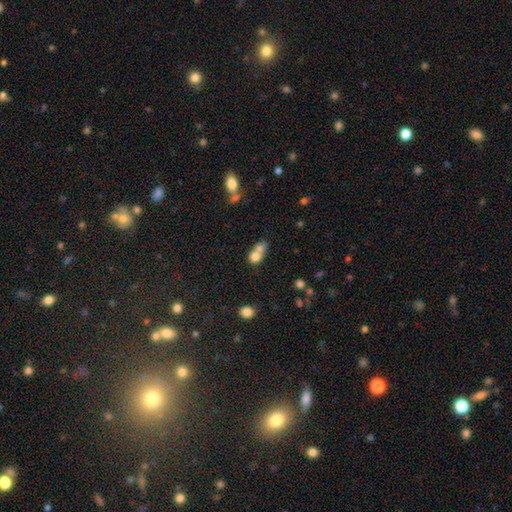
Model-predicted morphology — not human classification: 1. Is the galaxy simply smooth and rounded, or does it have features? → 74% smooth, 15% featured or disk, 12% star or artifact.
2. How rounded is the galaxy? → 65% round, 33% in between, 2% cigar-shaped.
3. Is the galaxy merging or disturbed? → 65% merger, 25% none, 7% minor disturbance, 4% major disturbance.